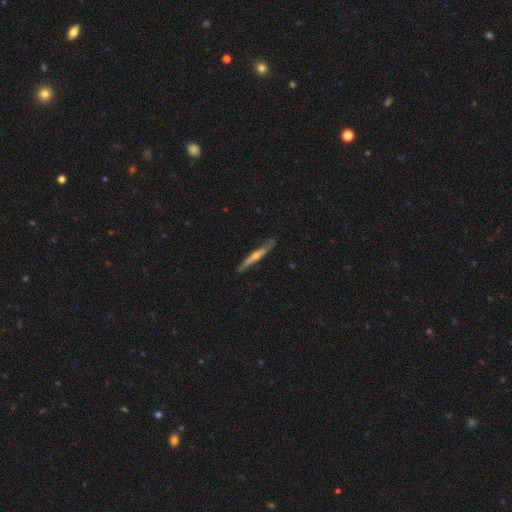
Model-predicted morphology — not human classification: Smooth or featured?
  - featured or disk: 67% *
  - smooth: 27%
  - star or artifact: 6%
Edge-on disk?
  - yes: 94% *
  - no: 6%
Edge-on bulge?
  - rounded: 70% *
  - none: 23%
  - boxy: 7%
Merging?
  - none: 86% *
  - minor disturbance: 11%
  - major disturbance: 2%
  - merger: 1%